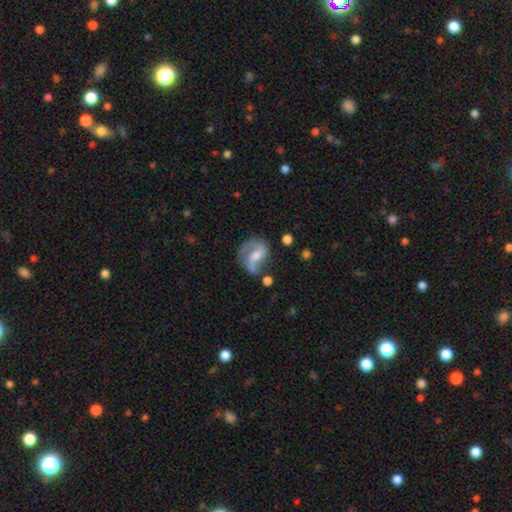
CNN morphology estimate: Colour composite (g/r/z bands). It shows a featured or disk galaxy (80%) with a weak bar (47%), 2 (81%) medium (46%) spiral arms (94%) and a moderate central bulge (48%). Merging: none (57%).